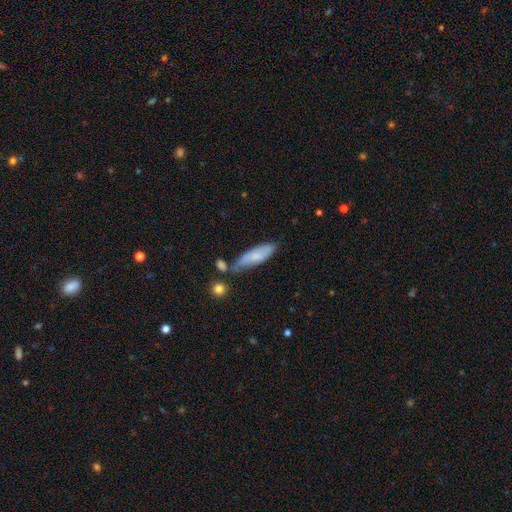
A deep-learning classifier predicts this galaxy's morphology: Smooth or featured? Predicted: smooth (p=0.69). How rounded? Predicted: cigar-shaped (p=0.56). Merging? Predicted: none (p=0.58).